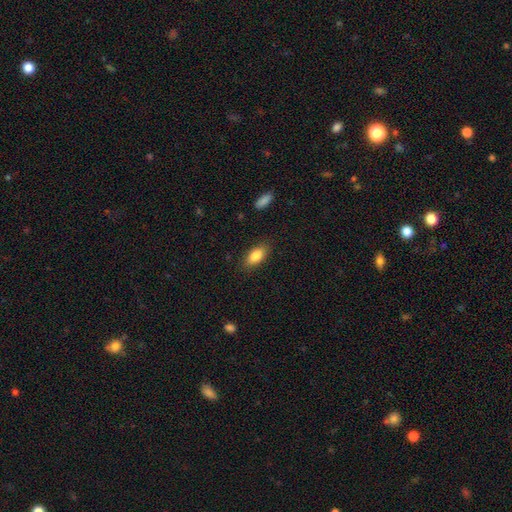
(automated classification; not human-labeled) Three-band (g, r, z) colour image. It shows a smooth galaxy with no disk features (86%) that is in between round and cigar-shaped (88%). Merging: none (85%).